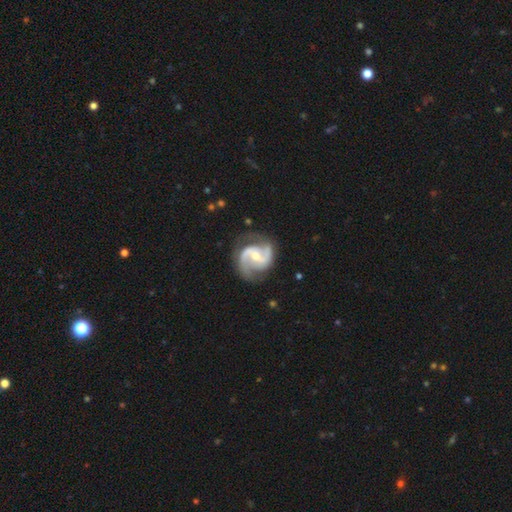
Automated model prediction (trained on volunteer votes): This appears to be a featured or disk galaxy (91%) with a weak bar (47%), 2 (92%) medium (58%) spiral arms (98%) and a moderate central bulge (50%). Merging: none (76%).